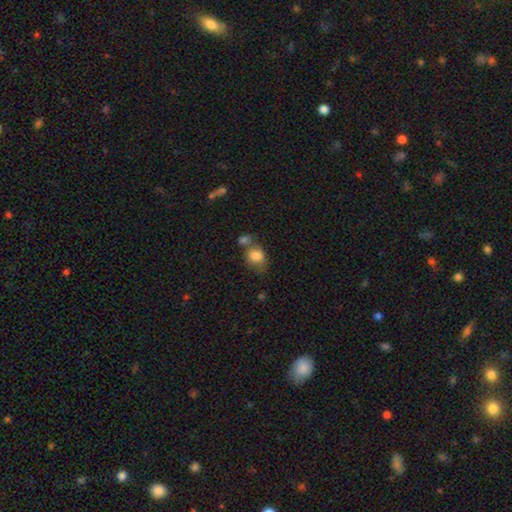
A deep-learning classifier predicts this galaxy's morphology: This is clearly a smooth galaxy (82%). How rounded: possibly round (50%). Merging: marginally none (40%).